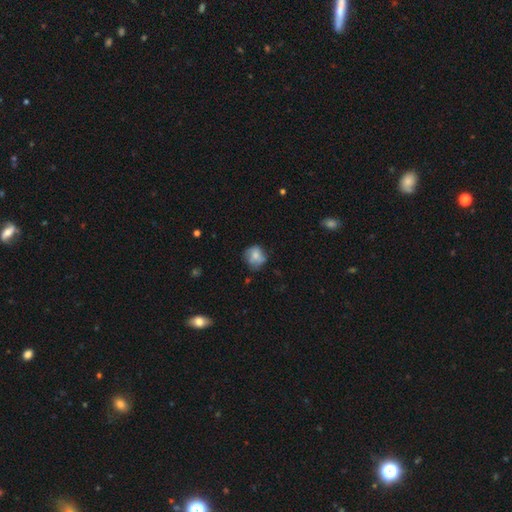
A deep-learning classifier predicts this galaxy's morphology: type=smooth (70%); roundness=round (77%); merging=none (59%).